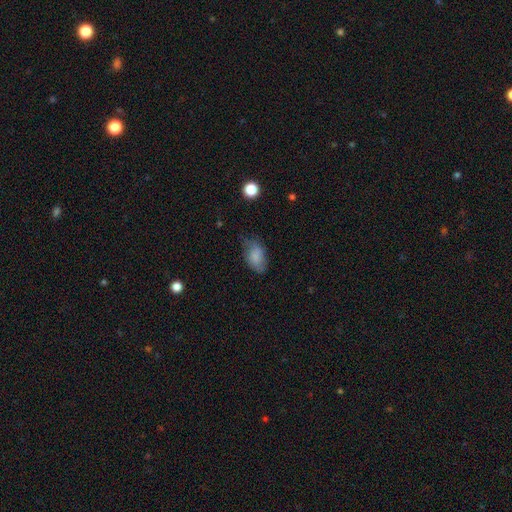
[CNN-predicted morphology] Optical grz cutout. It shows a smooth galaxy with no disk features (77%) that is in between round and cigar-shaped (91%). Merging: none (56%).